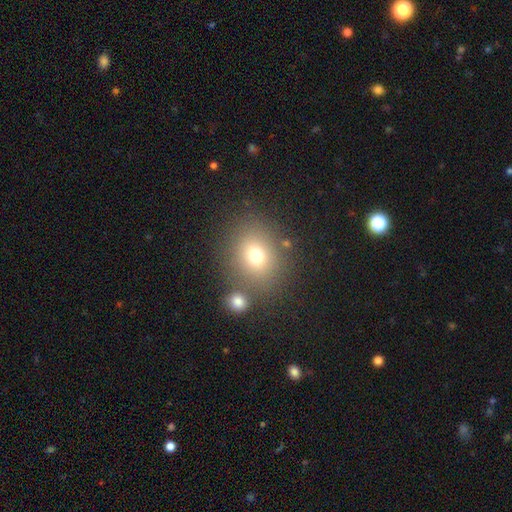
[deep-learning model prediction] Smooth or featured? Predicted: smooth (p=0.72). How rounded? Predicted: round (p=0.70). Merging? Predicted: none (p=0.72).